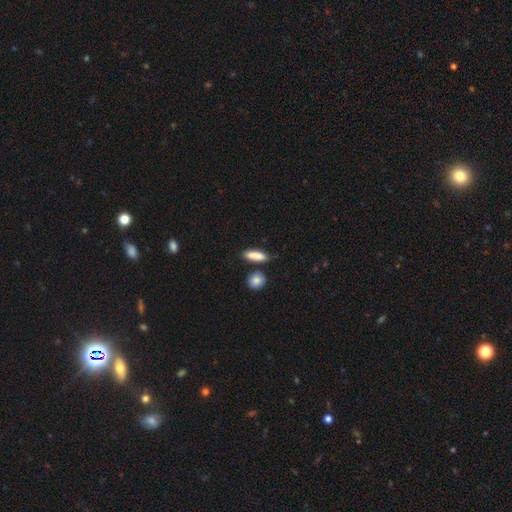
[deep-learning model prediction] Q: Smooth or featured?
A: smooth (84%); runner-up: featured or disk (9%)
Q: How rounded?
A: cigar-shaped (54%); runner-up: in between (42%)
Q: Merging?
A: none (72%); runner-up: minor disturbance (16%)